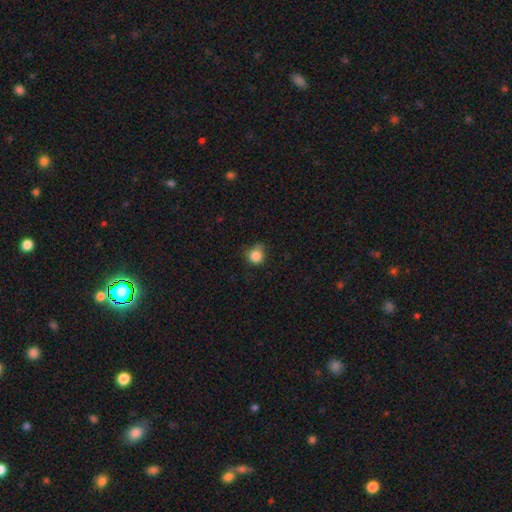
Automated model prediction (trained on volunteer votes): Smooth or featured: smooth — 85% (star or artifact — 10%)
How rounded: round — 84% (in between — 15%)
Merging: none — 59% (minor disturbance — 31%)